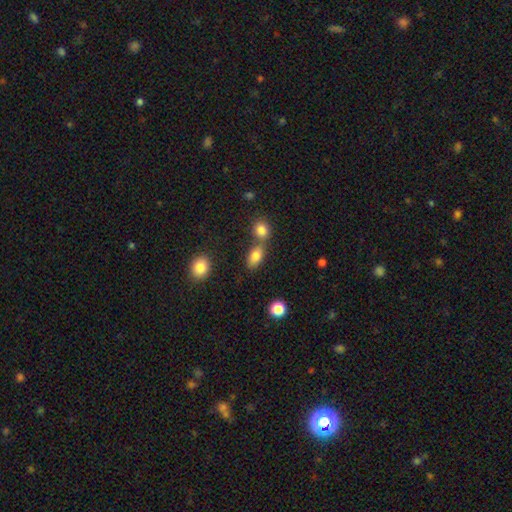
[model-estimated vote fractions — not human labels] Overall: smooth (82%). How rounded: in between (85%). Merging: none (55%; merger 32%).